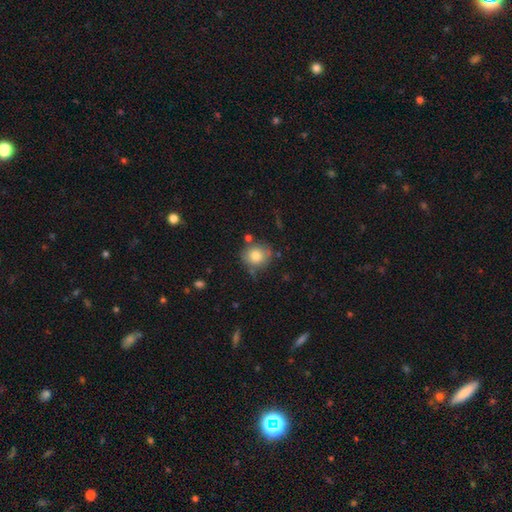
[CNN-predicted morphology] Smooth or featured? smooth (79%)
How rounded? round (80%)
Merging? none (71%)